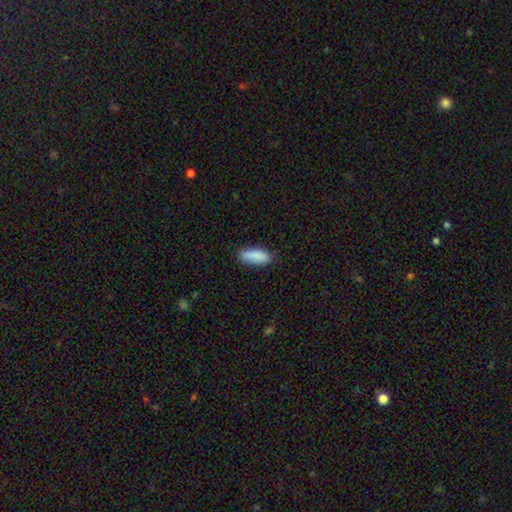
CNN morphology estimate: Smooth or featured? smooth (88%)
How rounded? in between (73%)
Merging? none (81%)